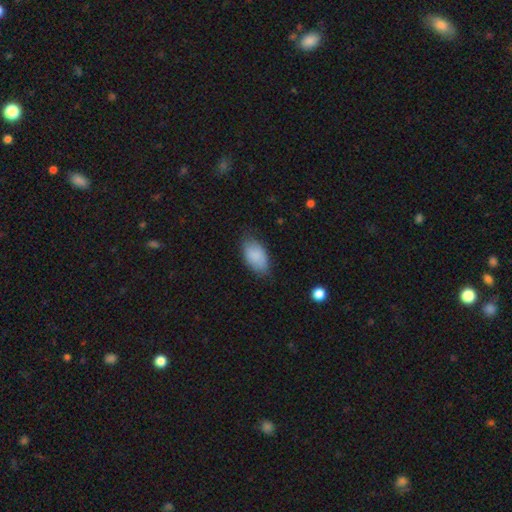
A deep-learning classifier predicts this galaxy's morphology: smooth 87%, featured or disk 6%, star or artifact 6%. Down the decision tree: how rounded — in between (94%); merging — none (74%).